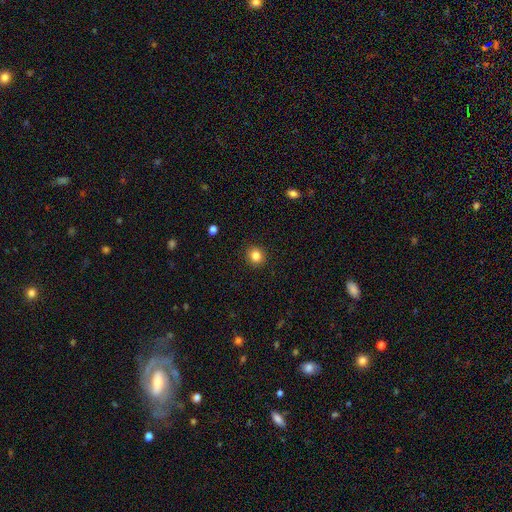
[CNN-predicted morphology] Q: Smooth or featured?
A: smooth (84%); runner-up: star or artifact (11%)
Q: How rounded?
A: round (86%); runner-up: in between (13%)
Q: Merging?
A: none (92%); runner-up: minor disturbance (5%)